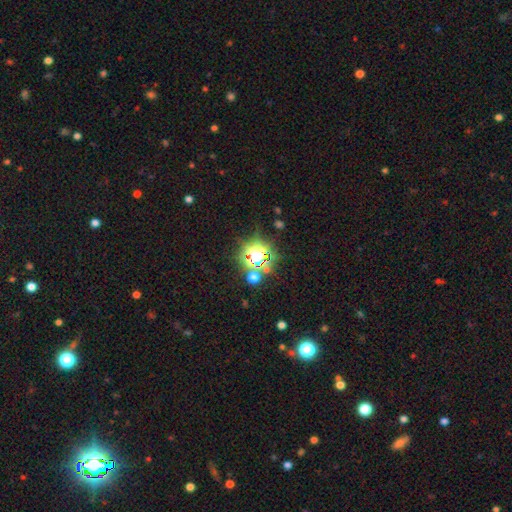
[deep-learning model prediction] smooth-or-featured: star or artifact: 62% | smooth: 27% | featured or disk: 11%